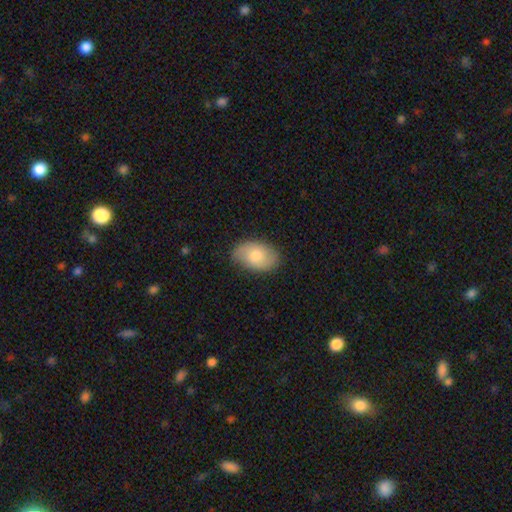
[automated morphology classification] smooth 69%, featured or disk 24%, star or artifact 6%. Down the decision tree: how rounded — in between (90%); merging — none (80%).